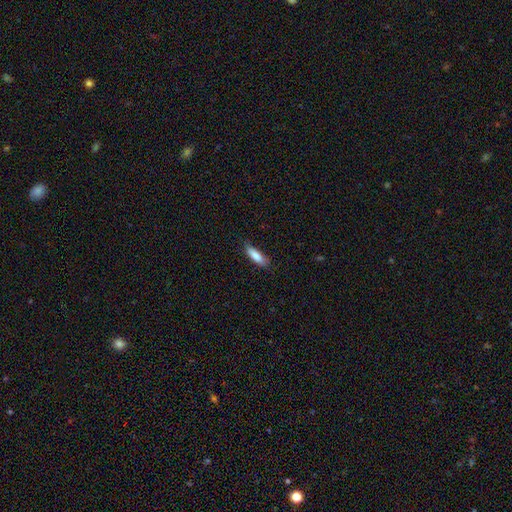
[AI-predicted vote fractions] This is clearly a smooth galaxy (84%). How rounded: possibly cigar-shaped (51%). Merging: clearly none (80%).